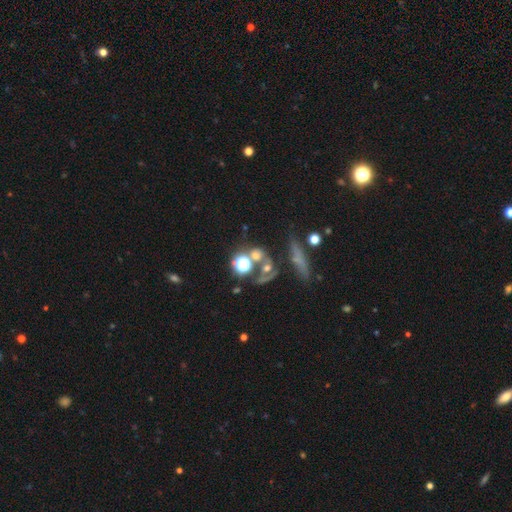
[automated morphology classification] type=smooth (50%); merging=none (42%).